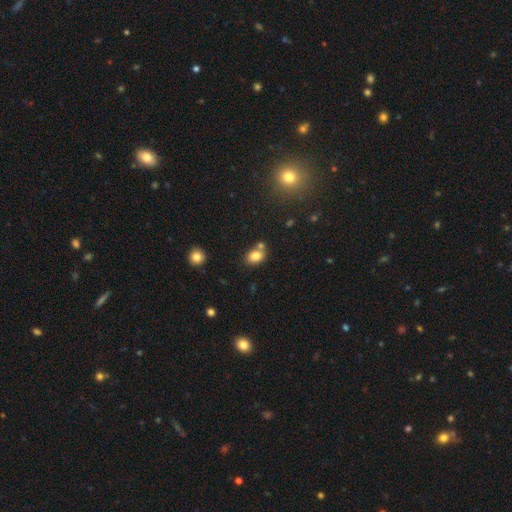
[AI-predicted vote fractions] Morphology: type=smooth (82%); roundness=in between (76%); merging=none (59%).